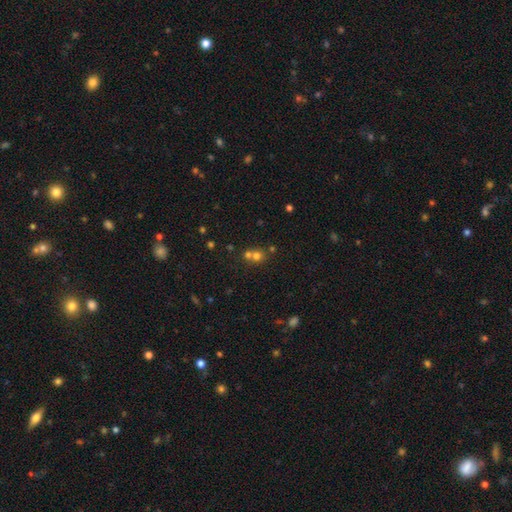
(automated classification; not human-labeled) A smooth galaxy with no disk features (63%) that is round (84%). Merging: merger (47%).